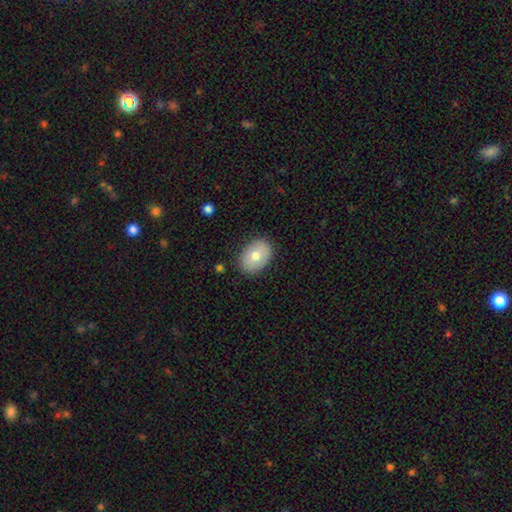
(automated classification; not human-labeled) This is likely a smooth galaxy (73%). How rounded: likely in between (76%). Merging: clearly none (86%).